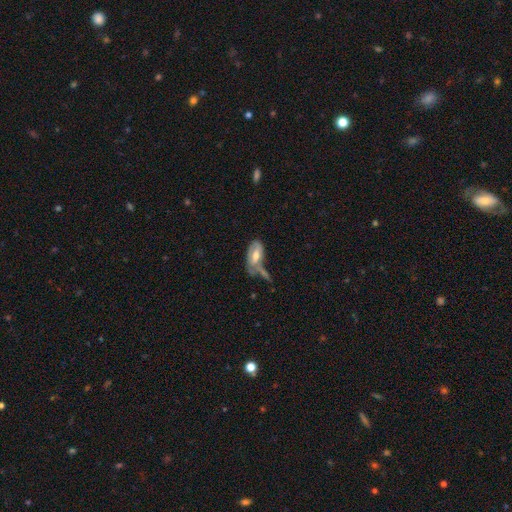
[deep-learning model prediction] Smooth or featured? smooth (48%)
Merging? none (29%)